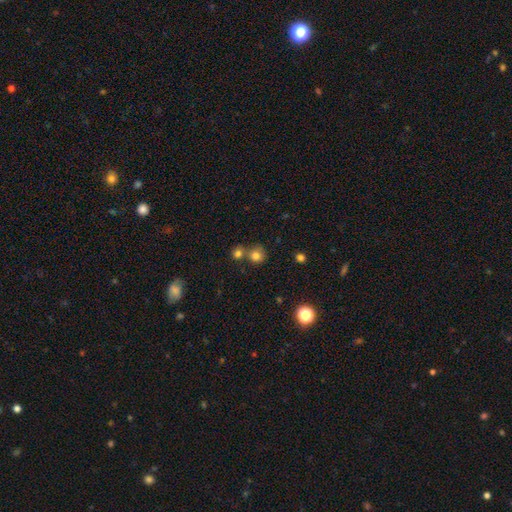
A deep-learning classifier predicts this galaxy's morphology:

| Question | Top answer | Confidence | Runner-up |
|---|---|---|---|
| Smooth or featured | smooth | 77% | star or artifact (15%) |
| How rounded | round | 89% | in between (10%) |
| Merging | none | 59% | merger (30%) |